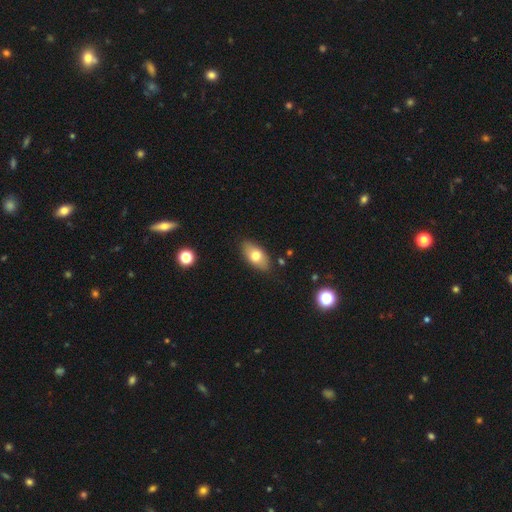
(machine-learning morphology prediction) Smooth or featured?
  - smooth: 73% *
  - featured or disk: 19%
  - star or artifact: 7%
How rounded?
  - in between: 90% *
  - round: 6%
  - cigar-shaped: 4%
Merging?
  - none: 85% *
  - minor disturbance: 11%
  - major disturbance: 2%
  - merger: 2%